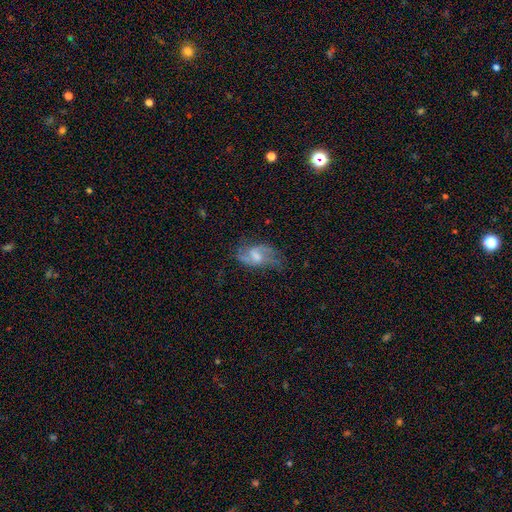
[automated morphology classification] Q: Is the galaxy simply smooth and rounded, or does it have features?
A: featured or disk — 69%.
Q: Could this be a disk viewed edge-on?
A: no — 96%.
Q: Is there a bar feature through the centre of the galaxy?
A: weak — 53%.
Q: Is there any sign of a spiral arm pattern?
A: yes — 85%.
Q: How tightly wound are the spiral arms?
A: loose — 54%.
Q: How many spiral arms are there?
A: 2 — 76%.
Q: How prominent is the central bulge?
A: moderate — 44%.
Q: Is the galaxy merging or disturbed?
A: none — 51%.